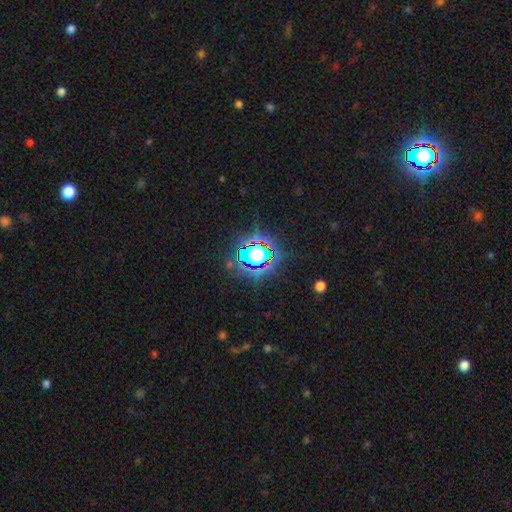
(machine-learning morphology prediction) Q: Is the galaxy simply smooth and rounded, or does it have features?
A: star or artifact — 81%.